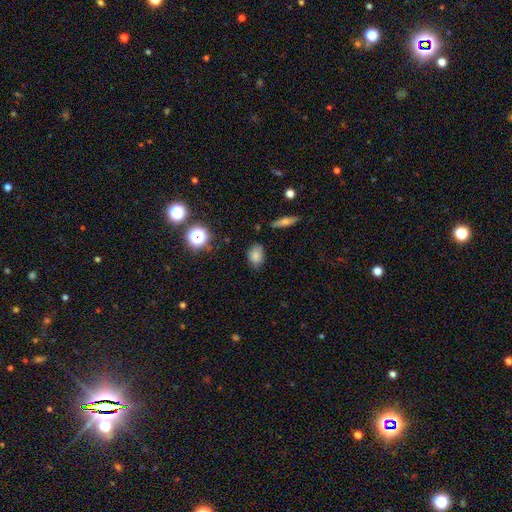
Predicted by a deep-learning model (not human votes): Morphology: type=smooth (78%); roundness=in between (68%); merging=none (73%).